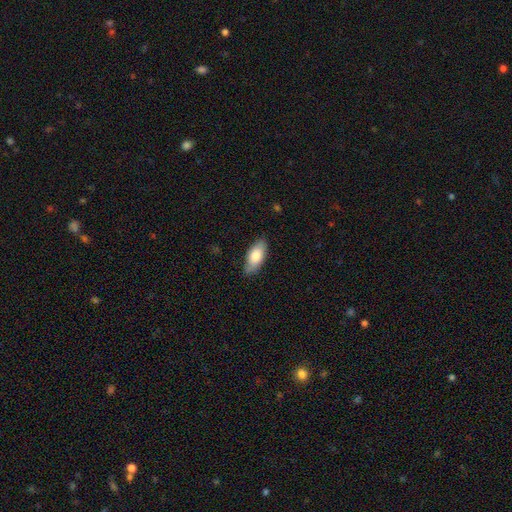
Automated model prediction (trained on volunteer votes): Q: Smooth or featured?
A: smooth (78%); runner-up: featured or disk (17%)
Q: How rounded?
A: in between (87%); runner-up: cigar-shaped (11%)
Q: Merging?
A: none (81%); runner-up: minor disturbance (15%)